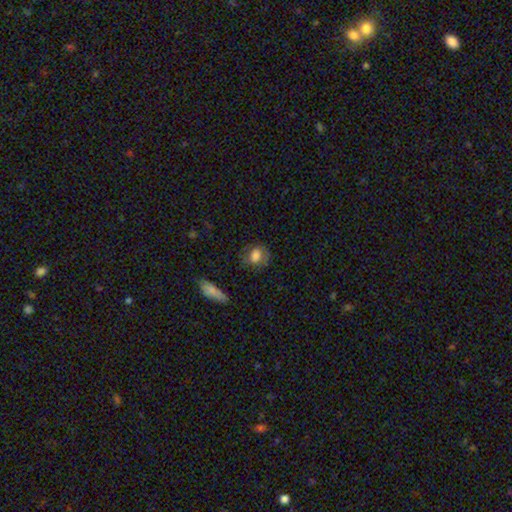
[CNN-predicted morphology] This is likely a smooth galaxy (70%). How rounded: possibly in between (52%). Merging: likely none (65%).